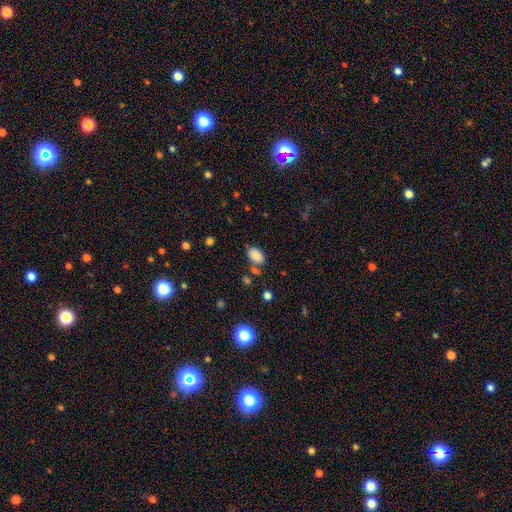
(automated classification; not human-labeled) This is clearly a smooth galaxy (86%). How rounded: clearly in between (91%). Merging: likely none (70%).